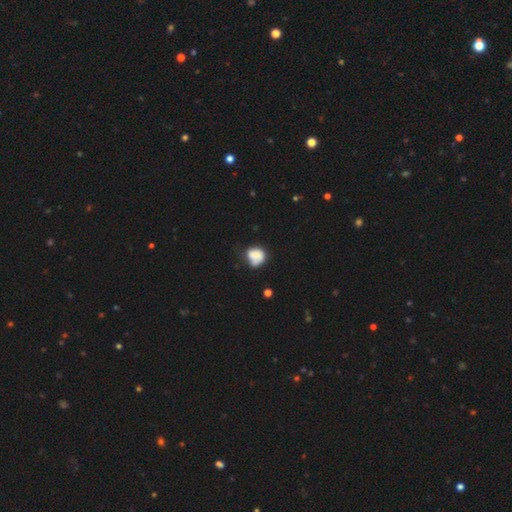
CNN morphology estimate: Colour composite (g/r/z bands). It shows a smooth galaxy with no disk features (76%) that is round (68%). Merging: none (41%).